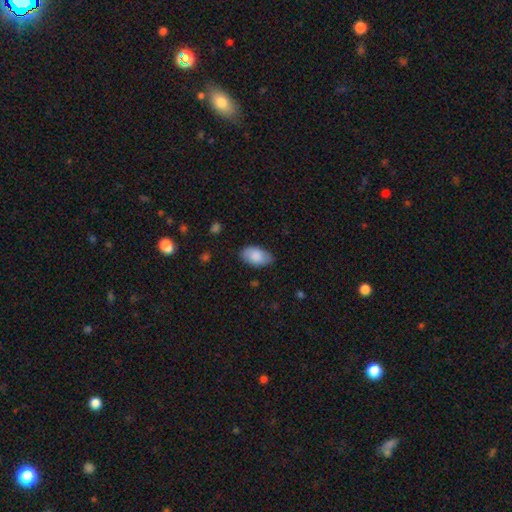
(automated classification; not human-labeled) smooth 86%, featured or disk 8%, star or artifact 6%. Down the decision tree: how rounded — in between (94%); merging — none (81%).